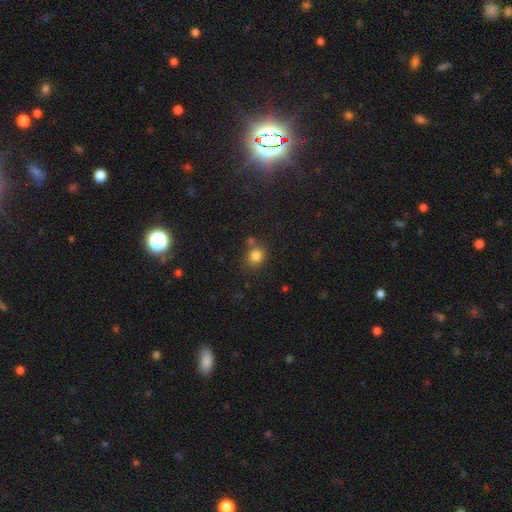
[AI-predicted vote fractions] smooth 82%, star or artifact 12%, featured or disk 6%. Down the decision tree: how rounded — round (79%); merging — none (70%).